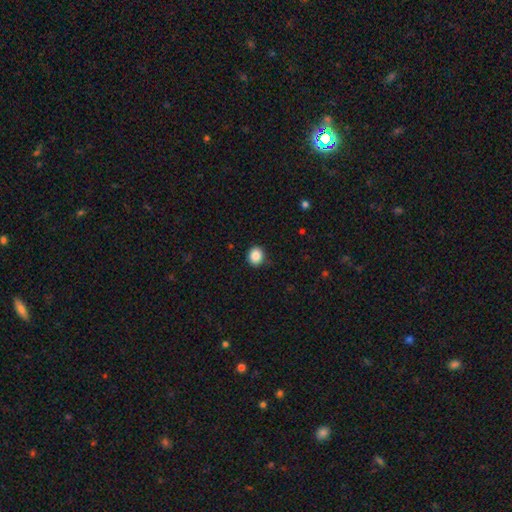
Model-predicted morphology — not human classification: Q: Smooth or featured?
A: smooth (87%); runner-up: star or artifact (10%)
Q: How rounded?
A: round (79%); runner-up: in between (20%)
Q: Merging?
A: none (87%); runner-up: minor disturbance (9%)